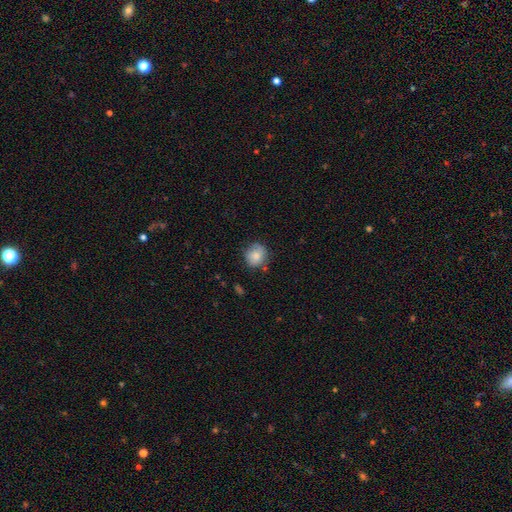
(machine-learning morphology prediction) Overall: smooth (77%). How rounded: round (81%). Merging: none (70%).